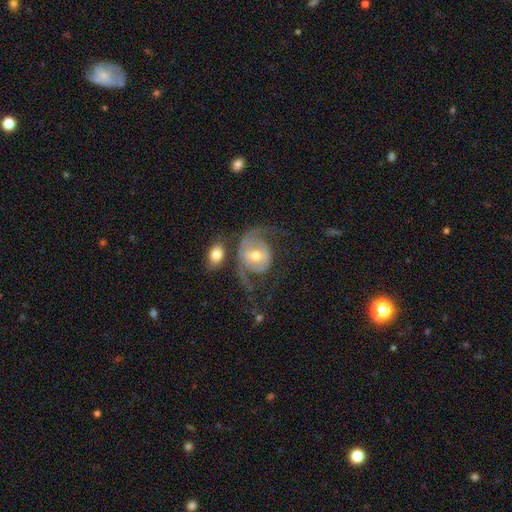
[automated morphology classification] Smooth or featured?
  - featured or disk: 73% *
  - smooth: 21%
  - star or artifact: 7%
Edge-on disk?
  - no: 96% *
  - yes: 4%
Bar?
  - no: 52% *
  - weak: 36%
  - strong: 12%
Spiral arms?
  - yes: 83% *
  - no: 17%
Spiral winding?
  - loose: 41% *
  - medium: 40%
  - tight: 20%
Spiral arm count?
  - 2: 68% *
  - 1: 16%
  - can't tell: 12%
  - 3: 2%
  - 4: 1%
  - more than 4: 1%
Bulge size?
  - moderate: 63% *
  - small: 29%
  - large: 5%
  - none: 1%
  - dominant: 1%
Merging?
  - none: 38% *
  - major disturbance: 30%
  - minor disturbance: 17%
  - merger: 15%